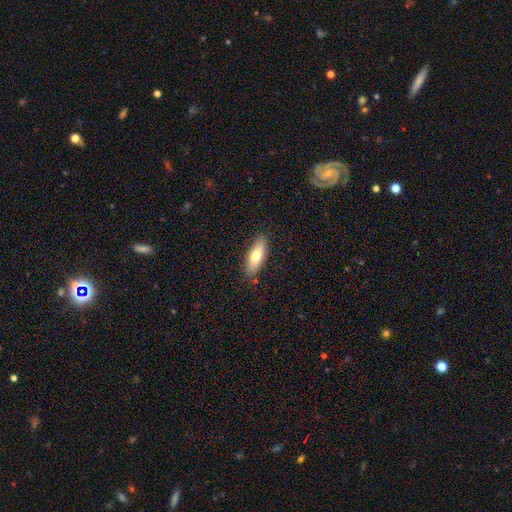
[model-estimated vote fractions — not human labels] A smooth galaxy with no disk features (73%) that is in between round and cigar-shaped (65%). Merging: none (85%).